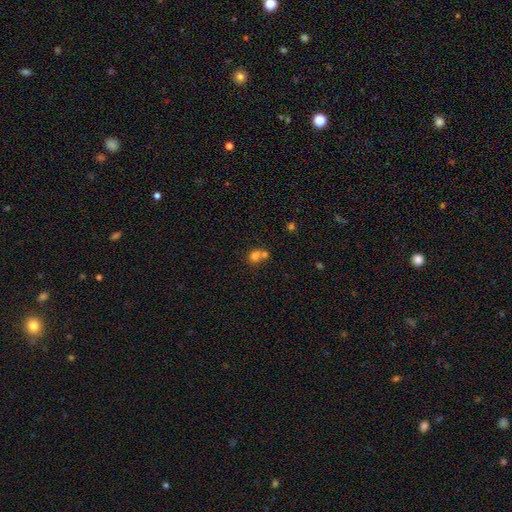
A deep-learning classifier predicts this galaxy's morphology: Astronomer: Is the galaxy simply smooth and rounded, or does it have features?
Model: smooth — 75%.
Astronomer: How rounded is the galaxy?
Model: round — 74%.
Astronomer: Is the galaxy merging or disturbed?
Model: merger — 58%.